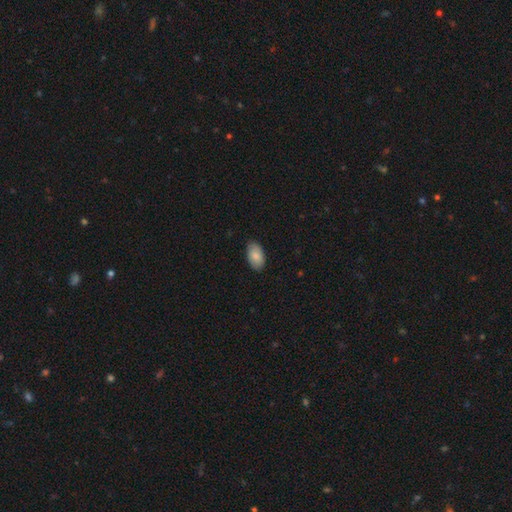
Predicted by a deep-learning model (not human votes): This appears to be a smooth galaxy with no disk features (85%) that is in between round and cigar-shaped (94%). Merging: none (86%).